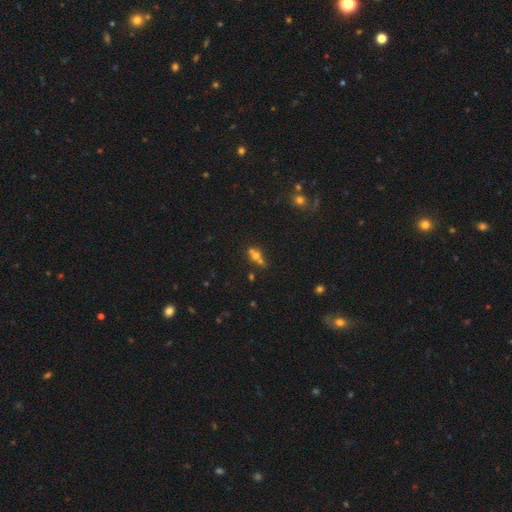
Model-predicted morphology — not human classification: A smooth galaxy with no disk features (53%) that is round (71%). Merging: merger (54%).